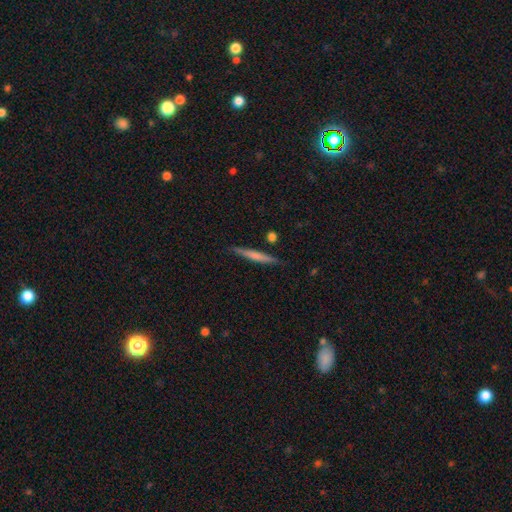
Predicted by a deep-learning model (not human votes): Smooth or featured?
  - smooth: 57% *
  - featured or disk: 38%
  - star or artifact: 6%
How rounded?
  - cigar-shaped: 95% *
  - in between: 4%
  - round: 2%
Merging?
  - none: 85% *
  - minor disturbance: 11%
  - merger: 2%
  - major disturbance: 2%